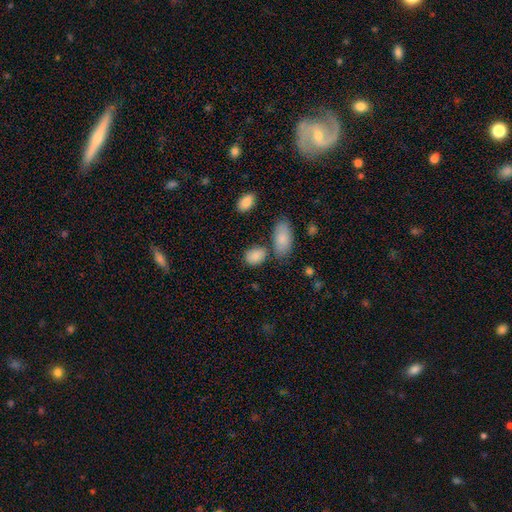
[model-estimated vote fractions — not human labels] Q: Smooth or featured?
A: smooth (87%); runner-up: star or artifact (8%)
Q: How rounded?
A: in between (77%); runner-up: round (22%)
Q: Merging?
A: none (68%); runner-up: minor disturbance (16%)